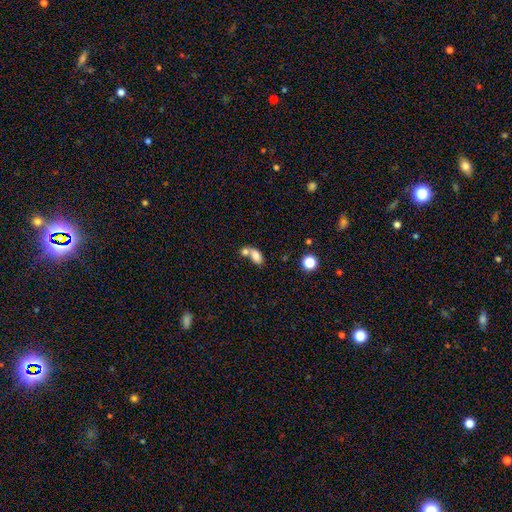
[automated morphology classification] type=smooth (80%); roundness=in between (87%); merging=merger (59%).